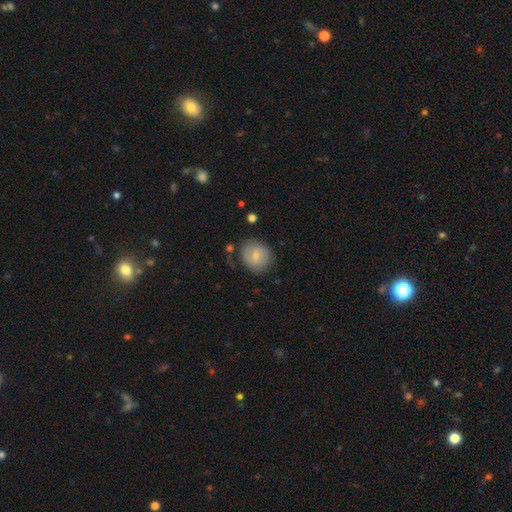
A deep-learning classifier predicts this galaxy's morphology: This is likely a smooth galaxy (75%). How rounded: likely round (78%). Merging: likely none (77%).